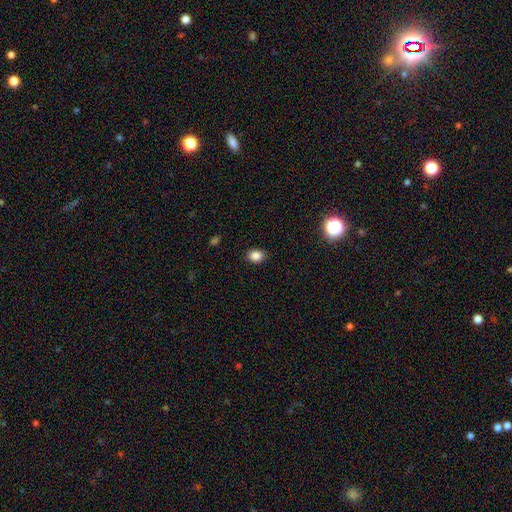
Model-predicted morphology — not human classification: This appears to be a smooth galaxy with no disk features (85%) that is in between round and cigar-shaped (61%). Merging: none (88%).